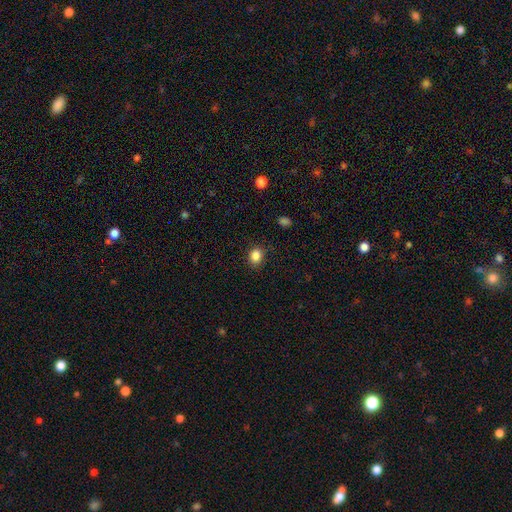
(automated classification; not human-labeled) This appears to be a smooth galaxy with no disk features (86%) that is round (59%). Merging: none (87%).